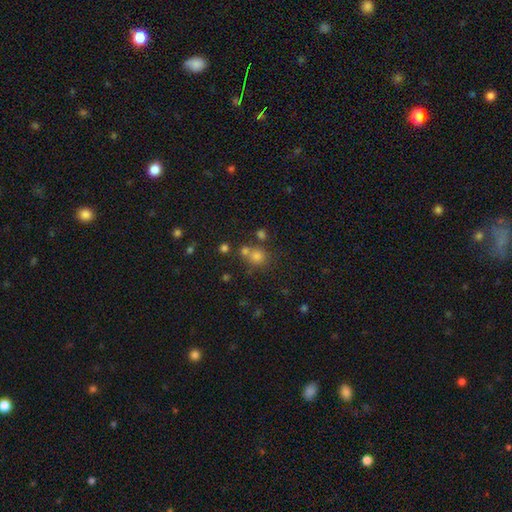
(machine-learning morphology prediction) Overall: smooth (66%). How rounded: round (87%). Merging: none (62%; merger 26%).